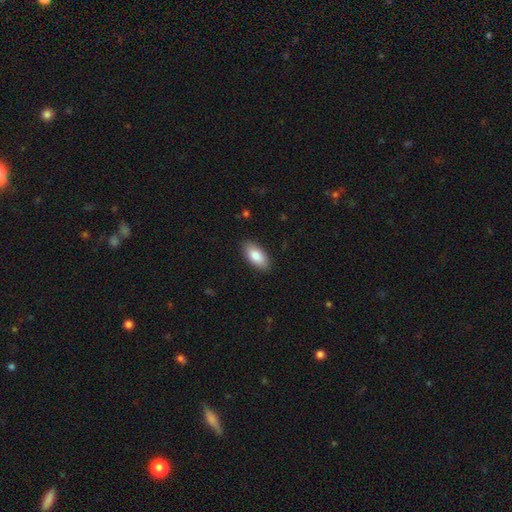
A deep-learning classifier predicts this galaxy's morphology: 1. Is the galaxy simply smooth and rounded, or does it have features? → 86% smooth, 9% featured or disk, 6% star or artifact.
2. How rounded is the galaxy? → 92% in between, 6% cigar-shaped, 2% round.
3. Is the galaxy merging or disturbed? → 88% none, 9% minor disturbance, 2% major disturbance, 1% merger.